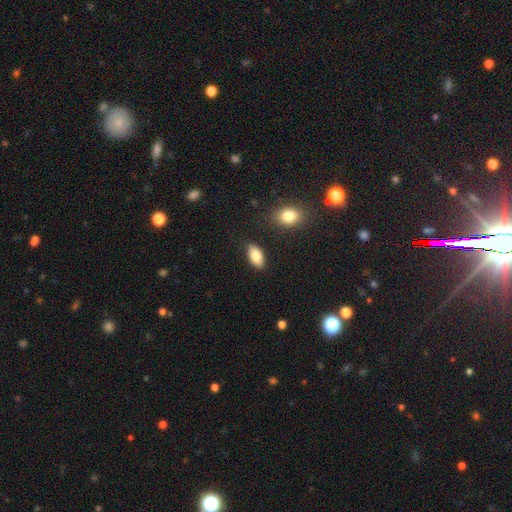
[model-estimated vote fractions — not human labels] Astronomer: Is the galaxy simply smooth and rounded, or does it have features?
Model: smooth — 85%.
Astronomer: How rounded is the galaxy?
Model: in between — 92%.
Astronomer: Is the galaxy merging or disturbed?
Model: none — 84%.